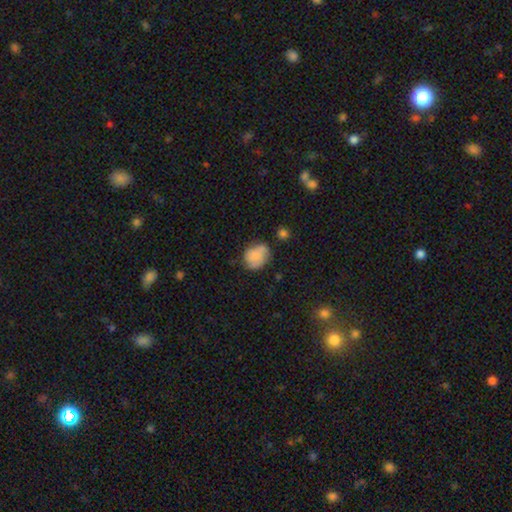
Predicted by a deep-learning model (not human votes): Smooth or featured? Predicted: smooth (p=0.71). How rounded? Predicted: round (p=0.56). Merging? Predicted: none (p=0.56).